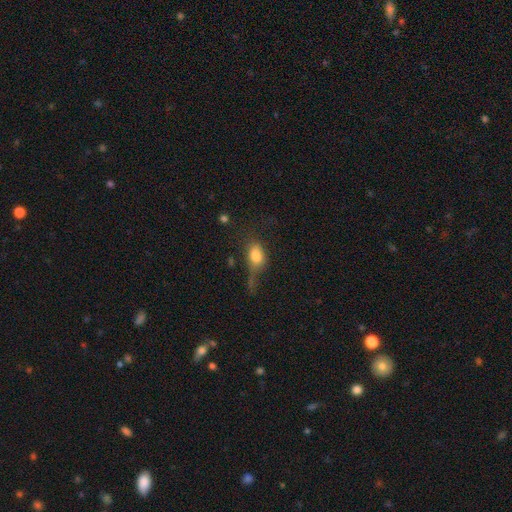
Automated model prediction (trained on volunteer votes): A smooth galaxy with no disk features (75%) that is in between round and cigar-shaped (78%). Merging: major disturbance (40%).